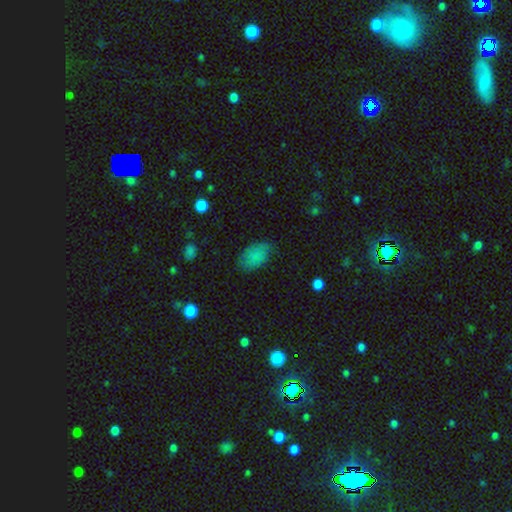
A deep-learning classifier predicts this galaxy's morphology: smooth_or_featured: smooth (p=0.83) [alt: star or artifact p=0.09]
how_rounded: in between (p=0.92) [alt: round p=0.06]
merging: none (p=0.72) [alt: minor disturbance p=0.21]